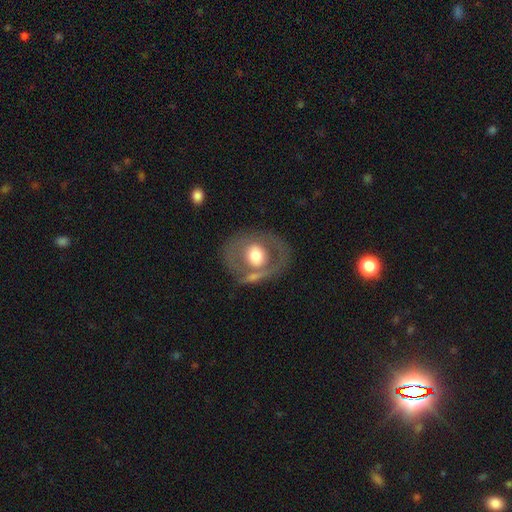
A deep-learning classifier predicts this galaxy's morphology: Q: Smooth or featured?
A: featured or disk (49%); runner-up: smooth (45%)
Q: Merging?
A: none (63%); runner-up: minor disturbance (15%)